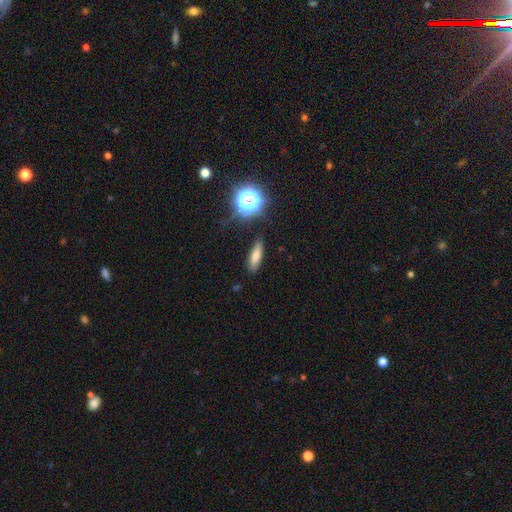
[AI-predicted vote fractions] Smooth or featured?
  - smooth: 68% *
  - featured or disk: 18%
  - star or artifact: 15%
How rounded?
  - cigar-shaped: 61% *
  - in between: 31%
  - round: 9%
Merging?
  - none: 83% *
  - minor disturbance: 11%
  - major disturbance: 3%
  - merger: 2%